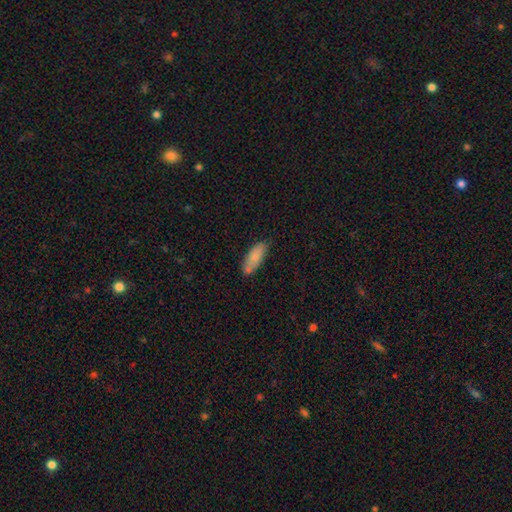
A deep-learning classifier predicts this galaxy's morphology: Smooth or featured? smooth (80%)
How rounded? in between (73%)
Merging? none (71%)